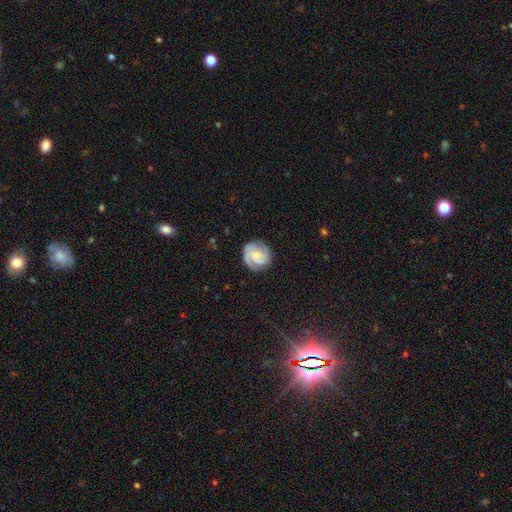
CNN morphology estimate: Q: Smooth or featured?
A: featured or disk (78%); runner-up: smooth (16%)
Q: Edge-on disk?
A: no (98%); runner-up: yes (2%)
Q: Bar?
A: no (60%); runner-up: weak (33%)
Q: Spiral arms?
A: yes (97%); runner-up: no (3%)
Q: Spiral winding?
A: tight (59%); runner-up: medium (34%)
Q: Spiral arm count?
A: 2 (43%); runner-up: 3 (33%)
Q: Bulge size?
A: small (51%); runner-up: moderate (22%)
Q: Merging?
A: none (80%); runner-up: minor disturbance (14%)